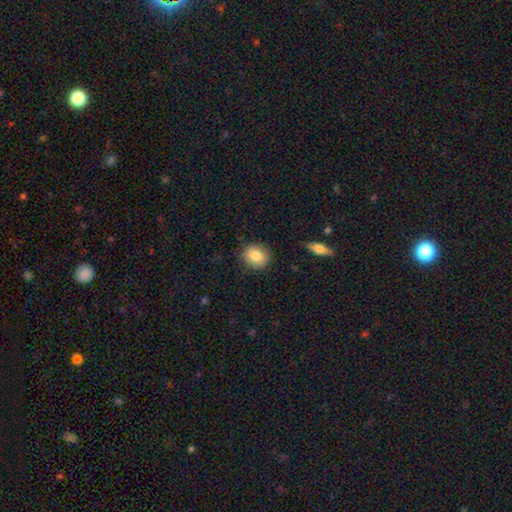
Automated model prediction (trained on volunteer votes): This is clearly a smooth galaxy (82%). How rounded: likely round (78%). Merging: clearly none (87%).